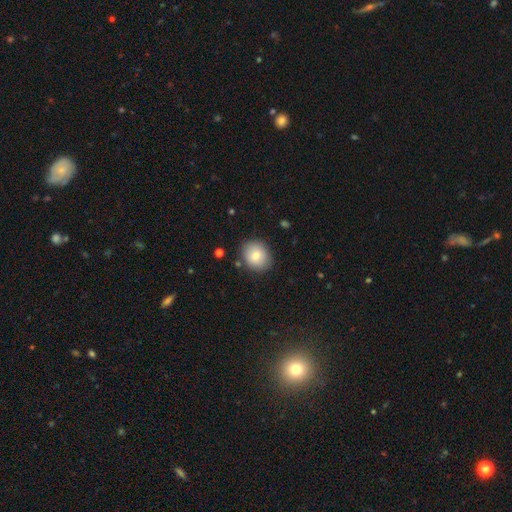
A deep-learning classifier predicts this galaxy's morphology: A smooth galaxy with no disk features (79%) that is round (67%).

Vote fractions:
- Smooth or featured? smooth: 79% / featured or disk: 12% / star or artifact: 9%
- How rounded? round: 67% / in between: 32% / cigar-shaped: 1%
- Merging? none: 84% / minor disturbance: 11% / major disturbance: 3% / merger: 2%